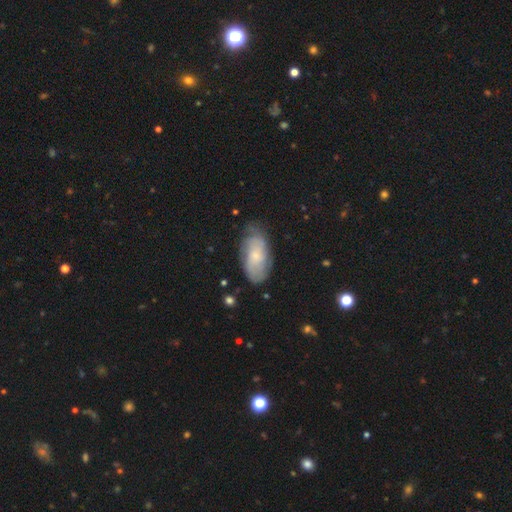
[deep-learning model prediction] A featured or disk galaxy (52%). Merging: none (70%).